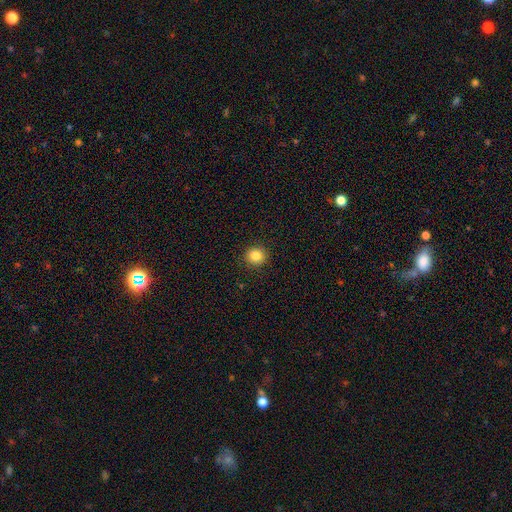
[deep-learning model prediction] Overall: smooth (84%). How rounded: round (91%). Merging: none (92%).